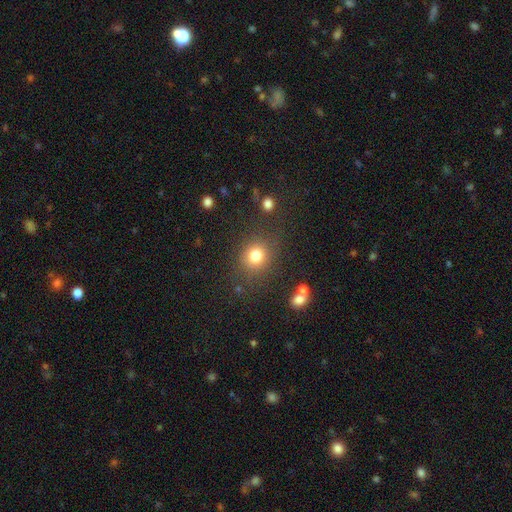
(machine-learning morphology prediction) Overall: smooth (80%). How rounded: round (78%). Merging: none (79%).